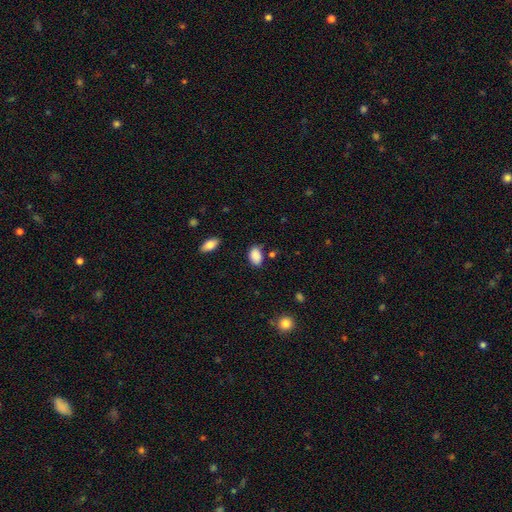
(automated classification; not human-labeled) Overall: smooth (88%). How rounded: in between (88%). Merging: none (71%).